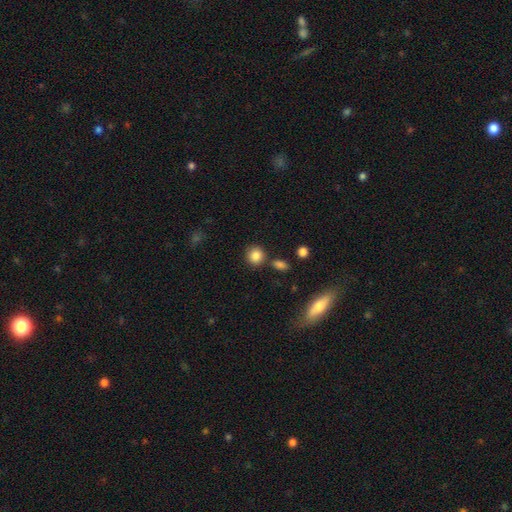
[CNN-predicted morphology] Smooth or featured: smooth — 85% (star or artifact — 9%)
How rounded: round — 87% (in between — 12%)
Merging: none — 79% (minor disturbance — 9%)